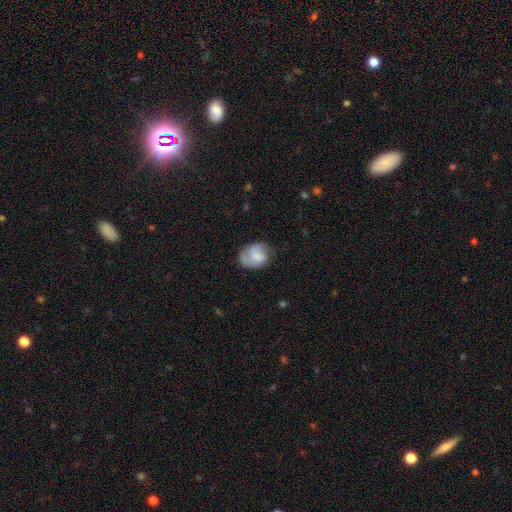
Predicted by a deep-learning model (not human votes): Smooth or featured? Predicted: smooth (p=0.62). How rounded? Predicted: in between (p=0.53). Merging? Predicted: none (p=0.53).